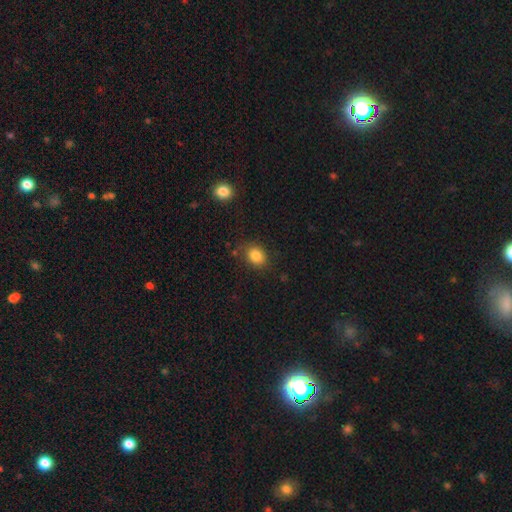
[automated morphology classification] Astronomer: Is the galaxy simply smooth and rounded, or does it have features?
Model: smooth — 85%.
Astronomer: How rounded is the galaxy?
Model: in between — 54% (runner-up: round, 45%).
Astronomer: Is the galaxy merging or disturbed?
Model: none — 79%.